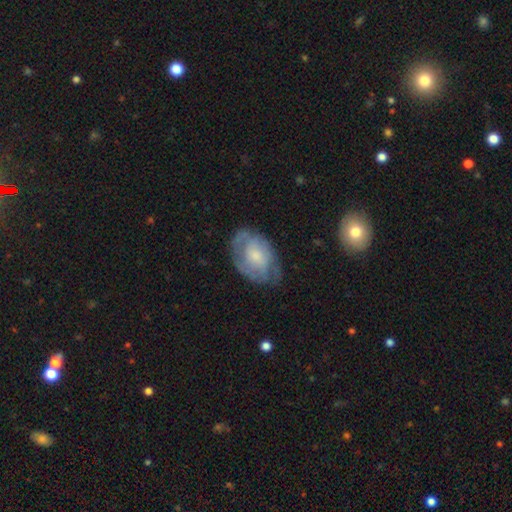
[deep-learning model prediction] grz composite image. It shows a featured or disk galaxy (54%) with no bar (70%), spiral arms (67%) and a moderate central bulge (42%). Merging: none (61%).